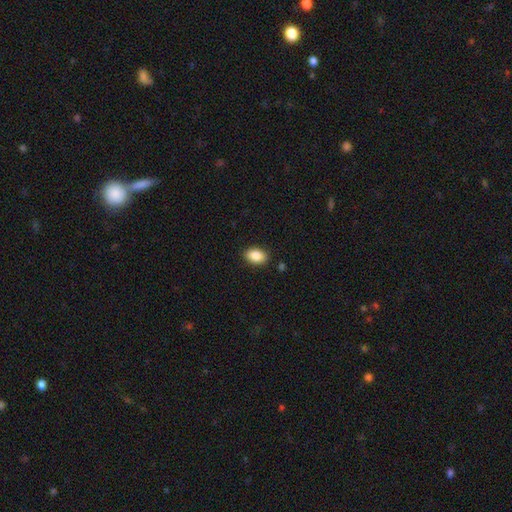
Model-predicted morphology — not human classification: This is clearly a smooth galaxy (86%). How rounded: clearly in between (85%). Merging: clearly none (88%).